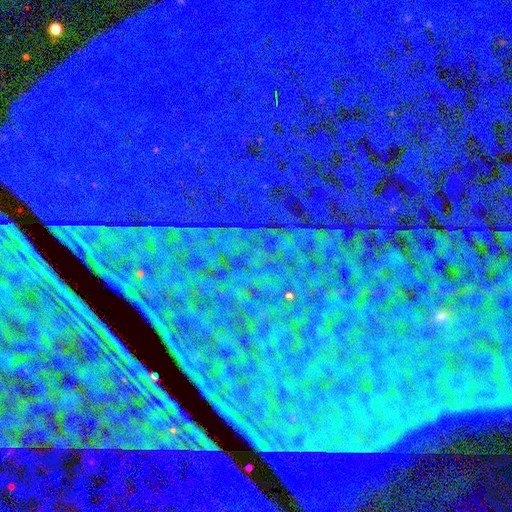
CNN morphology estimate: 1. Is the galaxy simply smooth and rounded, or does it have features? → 88% star or artifact, 6% featured or disk, 6% smooth.